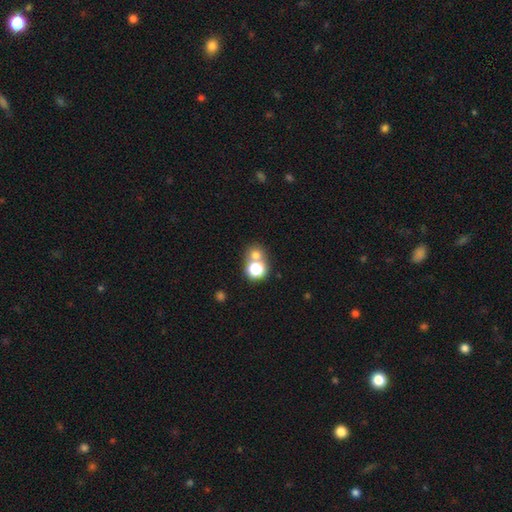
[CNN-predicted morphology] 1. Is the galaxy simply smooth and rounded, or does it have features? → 71% smooth, 18% star or artifact, 12% featured or disk.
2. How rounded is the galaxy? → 81% round, 18% in between, 1% cigar-shaped.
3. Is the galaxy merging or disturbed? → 47% merger, 44% none, 6% minor disturbance, 4% major disturbance.